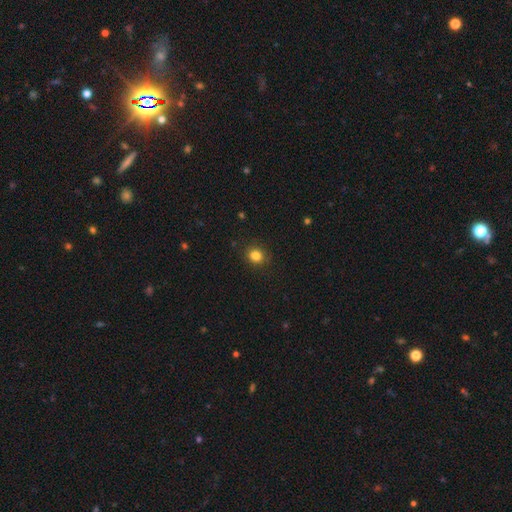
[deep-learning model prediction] A smooth galaxy with no disk features (84%) that is round (85%). Merging: none (89%).